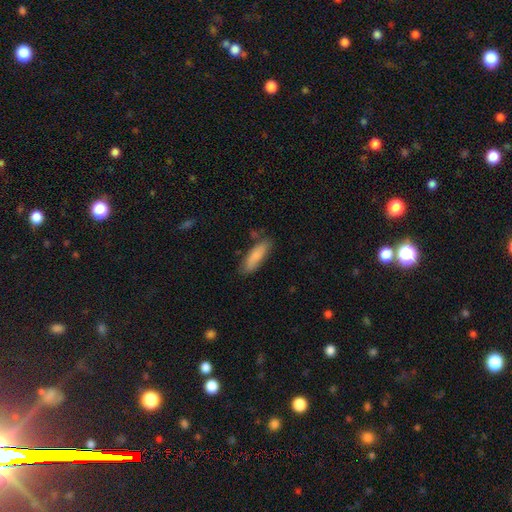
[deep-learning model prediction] A smooth galaxy with no disk features (84%) that is cigar-shaped (53%). Merging: none (77%).